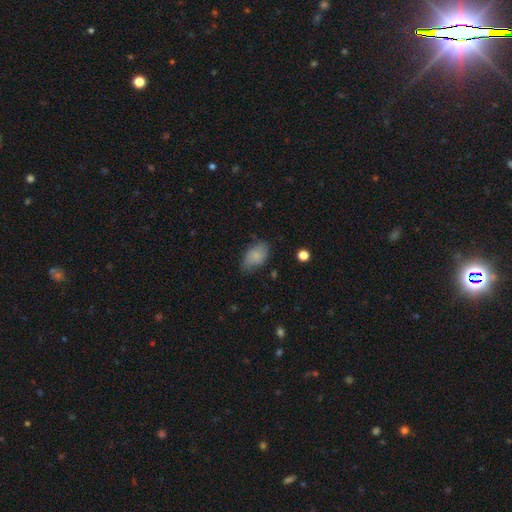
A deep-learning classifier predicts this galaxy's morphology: Q: Smooth or featured?
A: smooth (82%); runner-up: featured or disk (10%)
Q: How rounded?
A: in between (91%); runner-up: round (7%)
Q: Merging?
A: none (66%); runner-up: minor disturbance (26%)